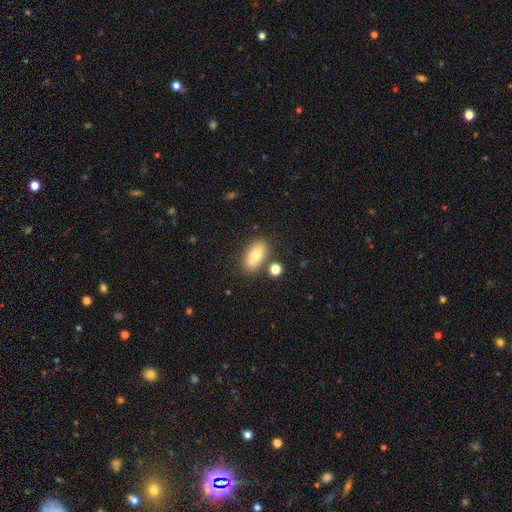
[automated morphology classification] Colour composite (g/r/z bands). It shows a smooth galaxy with no disk features (76%) that is in between round and cigar-shaped (87%). Merging: none (78%).